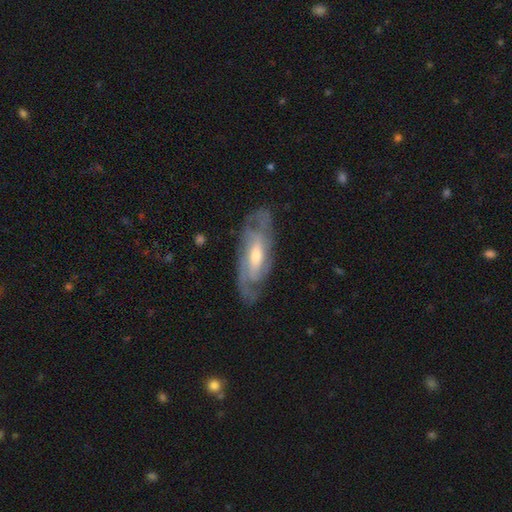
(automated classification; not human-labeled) Smooth or featured? Predicted: featured or disk (p=0.81). Edge-on disk? Predicted: no (p=0.87). Bar? Predicted: weak (p=0.41). Spiral arms? Predicted: yes (p=0.91). Spiral winding? Predicted: tight (p=0.49). Spiral arm count? Predicted: 2 (p=0.44). Bulge size? Predicted: moderate (p=0.60). Merging? Predicted: none (p=0.71).